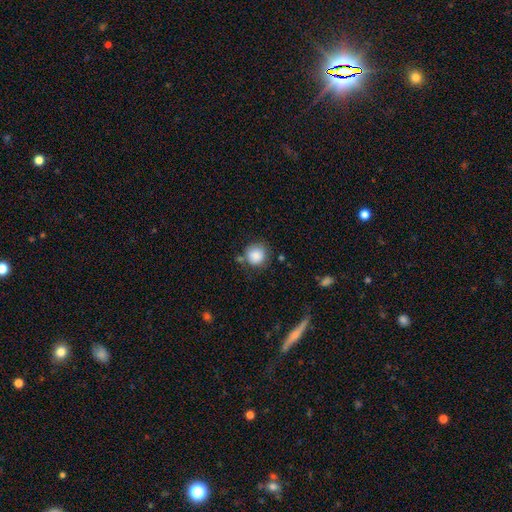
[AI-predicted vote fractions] A smooth galaxy with no disk features (86%) that is round (90%). Merging: none (73%).